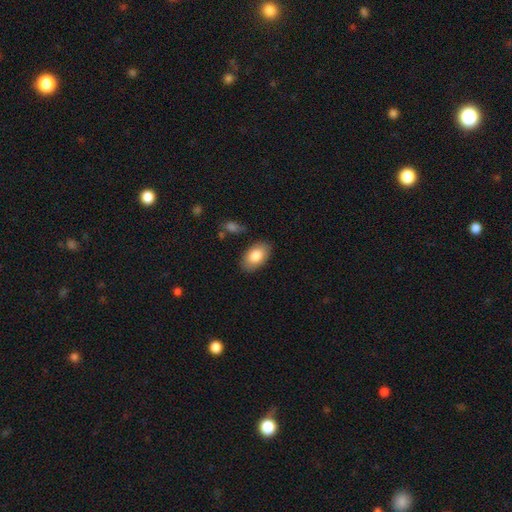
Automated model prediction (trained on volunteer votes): Q: Smooth or featured?
A: smooth (82%); runner-up: featured or disk (12%)
Q: How rounded?
A: in between (93%); runner-up: round (6%)
Q: Merging?
A: none (85%); runner-up: minor disturbance (11%)